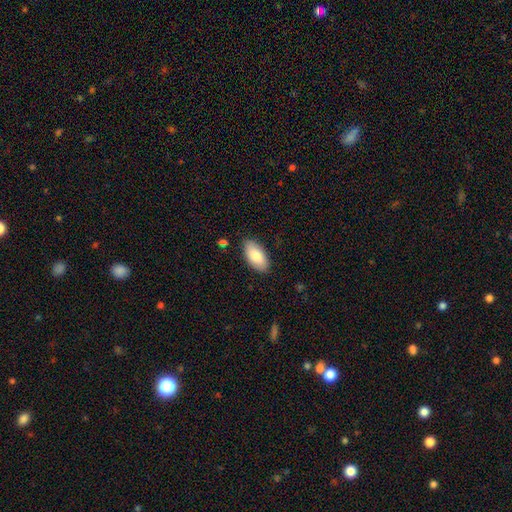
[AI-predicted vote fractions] The model was most divided on "smooth or featured": smooth: 83%, featured or disk: 11%, star or artifact: 6%. More confident: how rounded — in between (94%); merging — none (85%).